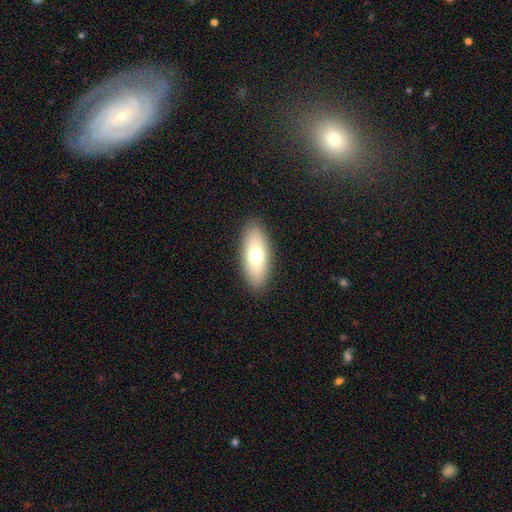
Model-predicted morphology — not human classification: Smooth or featured?
  - smooth: 69% *
  - featured or disk: 24%
  - star or artifact: 8%
How rounded?
  - in between: 79% *
  - cigar-shaped: 18%
  - round: 4%
Merging?
  - none: 89% *
  - minor disturbance: 8%
  - major disturbance: 2%
  - merger: 1%